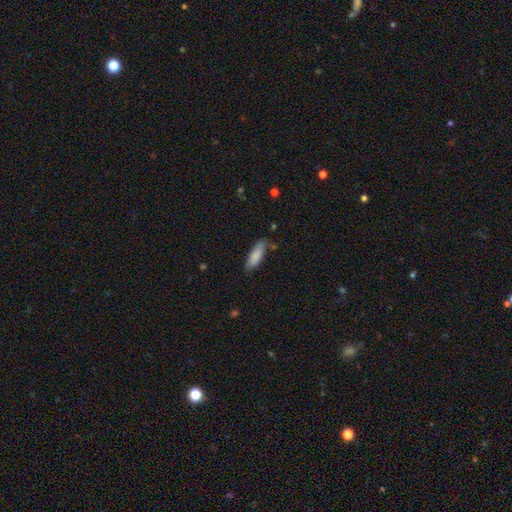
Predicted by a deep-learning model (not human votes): A smooth galaxy with no disk features (84%) that is cigar-shaped (53%).

Vote fractions:
- Smooth or featured? smooth: 84% / featured or disk: 10% / star or artifact: 6%
- How rounded? cigar-shaped: 53% / in between: 46% / round: 2%
- Merging? none: 75% / minor disturbance: 19% / major disturbance: 4% / merger: 3%